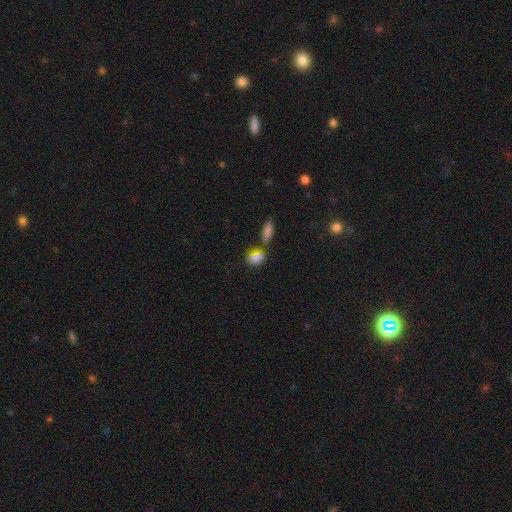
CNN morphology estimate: smooth 76%, star or artifact 12%, featured or disk 11%. Down the decision tree: how rounded — in between (62%); merging — none (55%).